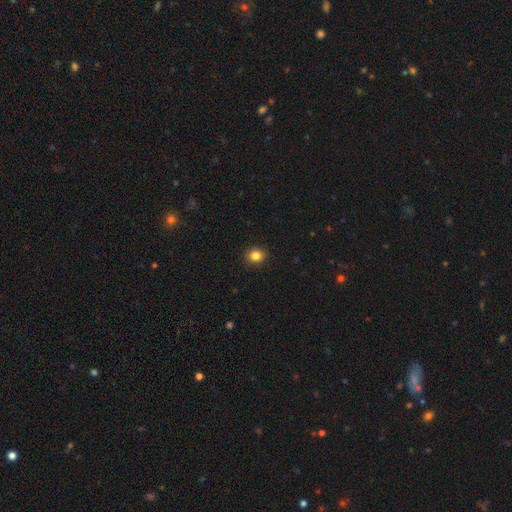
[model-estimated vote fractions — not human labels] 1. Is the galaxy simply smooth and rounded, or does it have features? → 84% smooth, 11% star or artifact, 5% featured or disk.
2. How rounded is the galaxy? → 75% round, 25% in between, 1% cigar-shaped.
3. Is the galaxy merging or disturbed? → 91% none, 6% minor disturbance, 2% major disturbance, 1% merger.